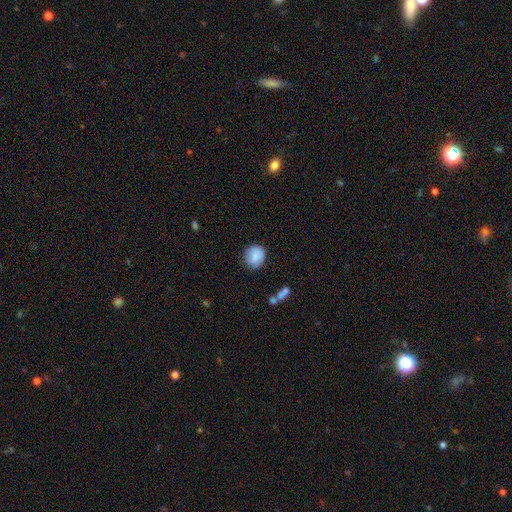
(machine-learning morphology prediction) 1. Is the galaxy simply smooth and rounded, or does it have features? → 82% smooth, 10% featured or disk, 8% star or artifact.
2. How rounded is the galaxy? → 84% round, 15% in between, 1% cigar-shaped.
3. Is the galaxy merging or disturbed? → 77% none, 17% minor disturbance, 4% major disturbance, 2% merger.